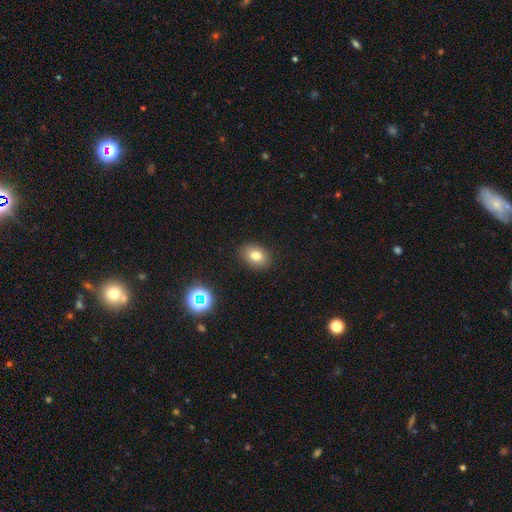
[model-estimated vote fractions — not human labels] Smooth or featured?
  - smooth: 78% *
  - star or artifact: 13%
  - featured or disk: 10%
How rounded?
  - in between: 69% *
  - round: 30%
  - cigar-shaped: 1%
Merging?
  - none: 88% *
  - minor disturbance: 8%
  - major disturbance: 2%
  - merger: 1%